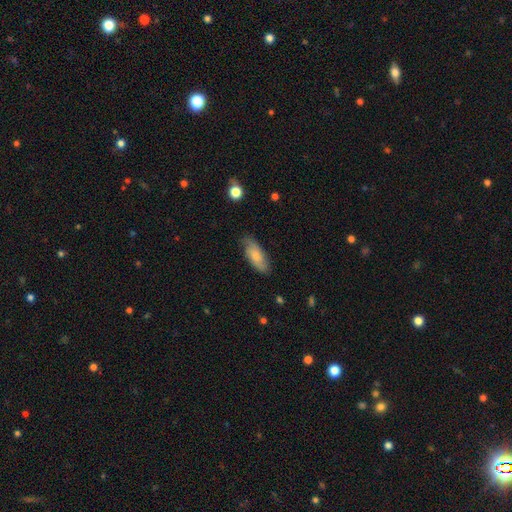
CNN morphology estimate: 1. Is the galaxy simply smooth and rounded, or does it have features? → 64% smooth, 30% featured or disk, 6% star or artifact.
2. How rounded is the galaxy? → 79% in between, 19% cigar-shaped, 2% round.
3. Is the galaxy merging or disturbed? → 74% none, 20% minor disturbance, 4% major disturbance, 1% merger.